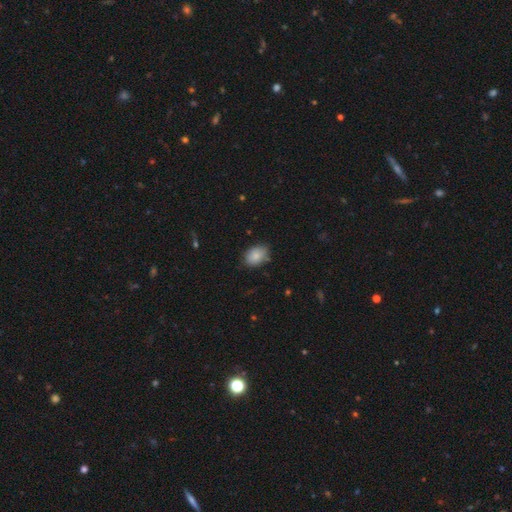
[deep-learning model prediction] Q: Smooth or featured?
A: smooth (86%); runner-up: star or artifact (8%)
Q: How rounded?
A: in between (79%); runner-up: round (19%)
Q: Merging?
A: none (76%); runner-up: minor disturbance (19%)